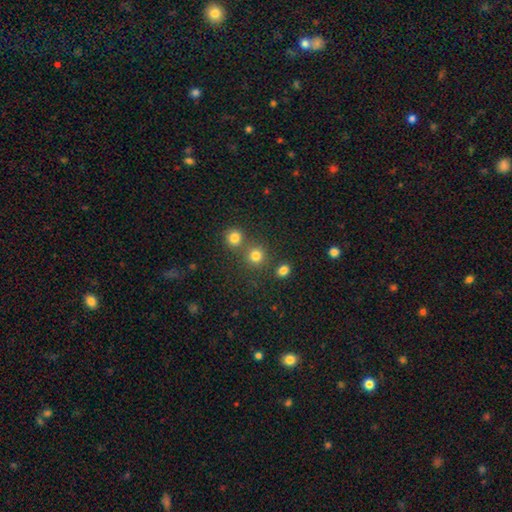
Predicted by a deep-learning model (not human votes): The model was most divided on "merging": none: 72%, merger: 18%, minor disturbance: 7%, major disturbance: 3%. More confident: how rounded — round (90%); smooth or featured — smooth (79%).